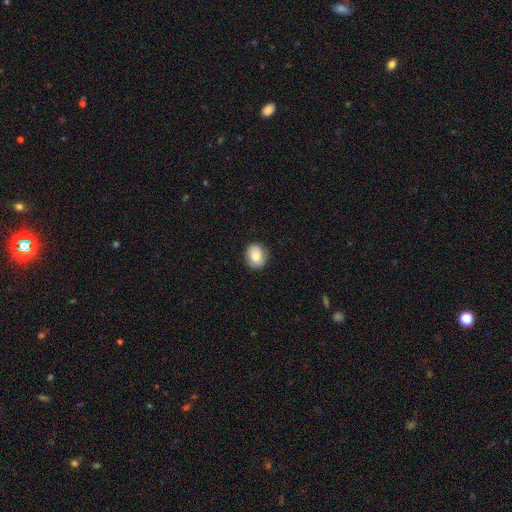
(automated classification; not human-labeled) A smooth galaxy with no disk features (81%) that is round (60%).

Vote fractions:
- Smooth or featured? smooth: 81% / featured or disk: 11% / star or artifact: 8%
- How rounded? round: 60% / in between: 39% / cigar-shaped: 1%
- Merging? none: 84% / minor disturbance: 13% / major disturbance: 3% / merger: 1%